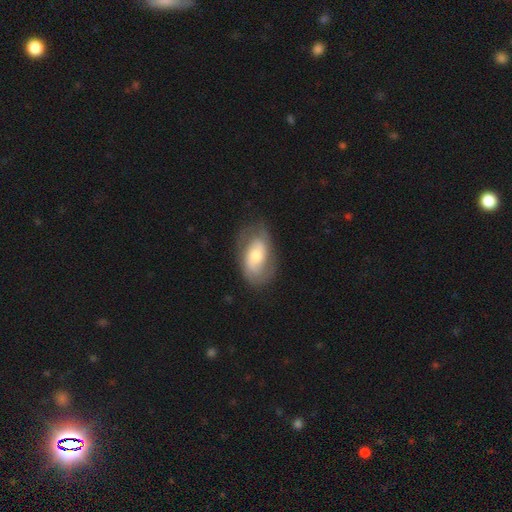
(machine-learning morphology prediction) Q: Smooth or featured?
A: featured or disk (60%); runner-up: smooth (34%)
Q: Edge-on disk?
A: no (94%); runner-up: yes (6%)
Q: Bar?
A: no (56%); runner-up: weak (33%)
Q: Spiral arms?
A: yes (77%); runner-up: no (23%)
Q: Bulge size?
A: moderate (58%); runner-up: small (30%)
Q: Merging?
A: none (70%); runner-up: minor disturbance (19%)